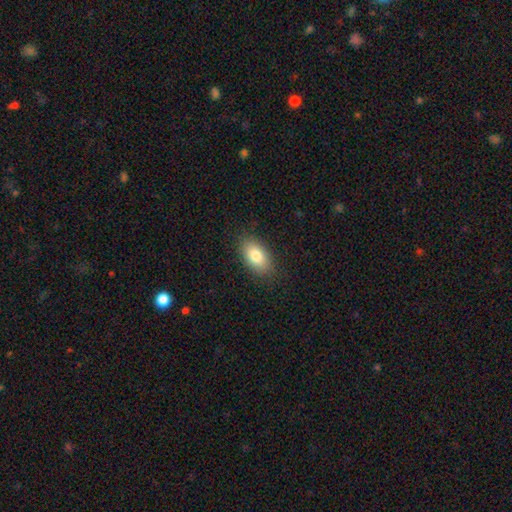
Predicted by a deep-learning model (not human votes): Smooth or featured: smooth — 82% (featured or disk — 11%)
How rounded: in between — 92% (round — 6%)
Merging: none — 86% (minor disturbance — 10%)